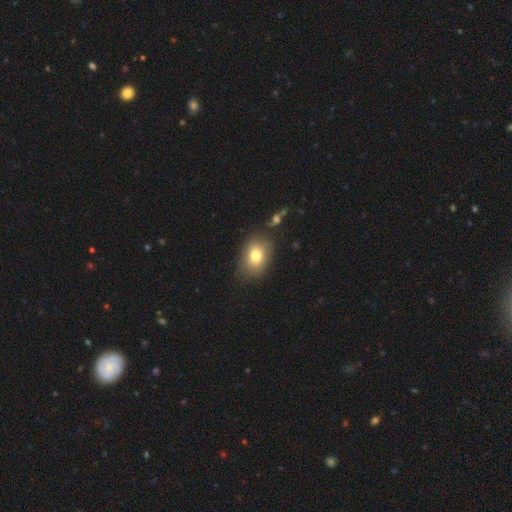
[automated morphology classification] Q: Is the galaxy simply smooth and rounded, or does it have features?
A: smooth — 78%.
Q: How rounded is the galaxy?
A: in between — 69%.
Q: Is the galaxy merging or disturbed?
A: none — 77%.